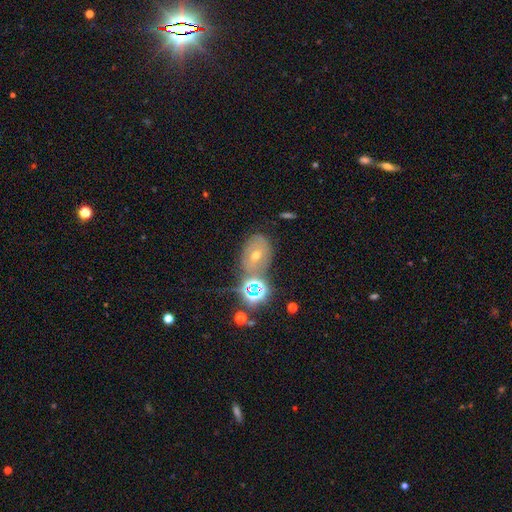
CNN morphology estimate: smooth-or-featured: featured or disk: 38% | star or artifact: 35% | smooth: 26%
  merging: none: 59% | minor disturbance: 17% | merger: 17% | major disturbance: 8%